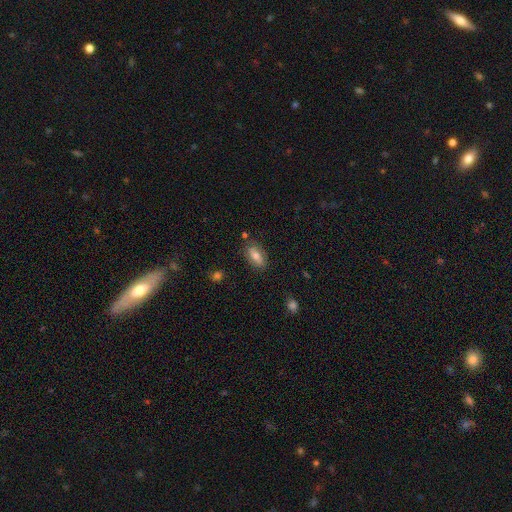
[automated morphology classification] A smooth galaxy with no disk features (68%) that is in between round and cigar-shaped (84%).

Vote fractions:
- Smooth or featured? smooth: 68% / featured or disk: 24% / star or artifact: 8%
- How rounded? in between: 84% / cigar-shaped: 11% / round: 5%
- Merging? none: 81% / minor disturbance: 13% / major disturbance: 3% / merger: 3%